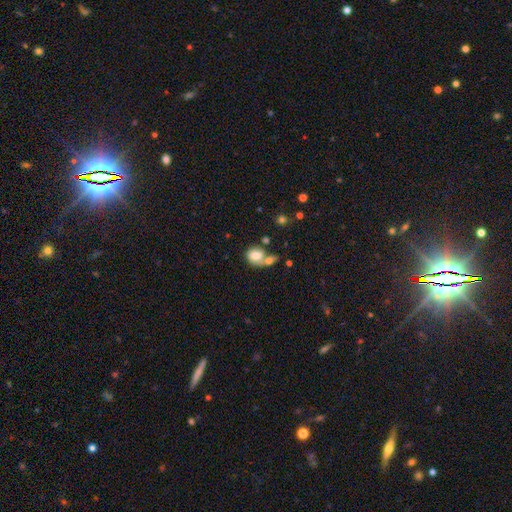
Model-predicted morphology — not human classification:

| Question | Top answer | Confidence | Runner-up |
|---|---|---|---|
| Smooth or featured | smooth | 67% | featured or disk (24%) |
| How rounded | in between | 58% | round (40%) |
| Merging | merger | 55% | none (23%) |